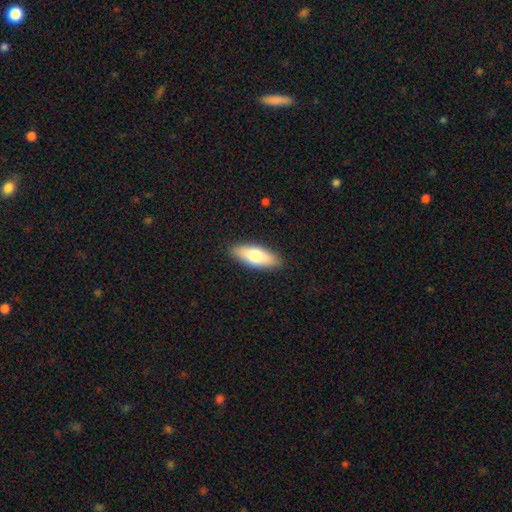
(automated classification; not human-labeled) Smooth or featured? Predicted: smooth (p=0.71). How rounded? Predicted: in between (p=0.70). Merging? Predicted: none (p=0.89).